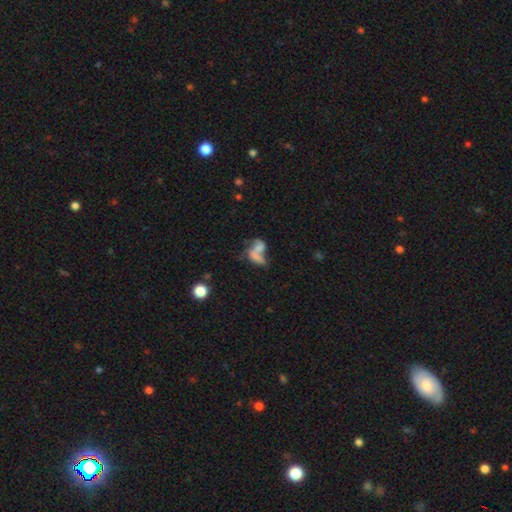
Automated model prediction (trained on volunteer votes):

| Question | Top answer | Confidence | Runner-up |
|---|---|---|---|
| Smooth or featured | smooth | 51% | featured or disk (34%) |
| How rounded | in between | 73% | round (16%) |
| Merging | merger | 54% | none (19%) |